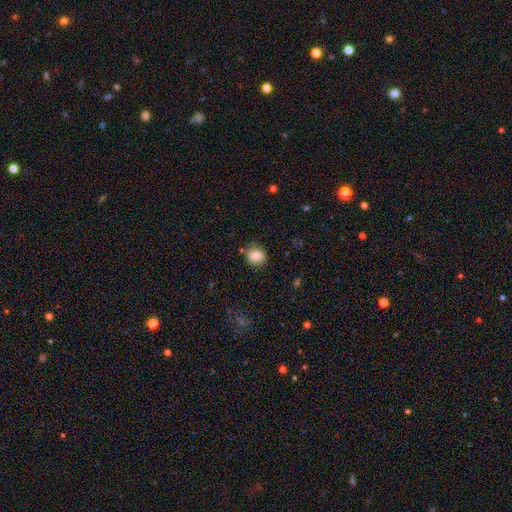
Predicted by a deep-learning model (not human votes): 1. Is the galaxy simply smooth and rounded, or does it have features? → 77% smooth, 14% featured or disk, 9% star or artifact.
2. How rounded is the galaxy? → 77% round, 22% in between, 1% cigar-shaped.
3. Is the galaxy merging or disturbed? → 80% none, 14% minor disturbance, 3% major disturbance, 2% merger.